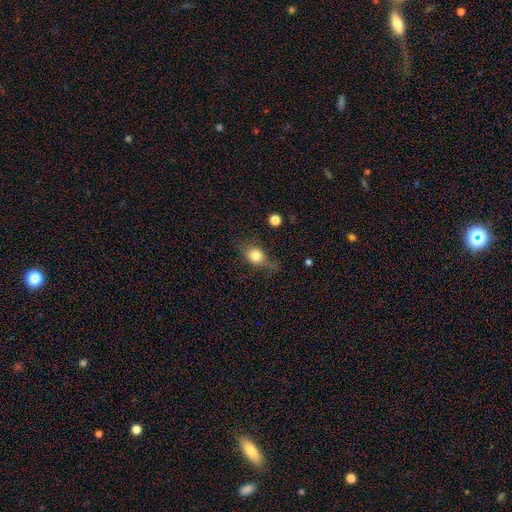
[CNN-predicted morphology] Q: Smooth or featured?
A: smooth (78%); runner-up: featured or disk (12%)
Q: How rounded?
A: in between (56%); runner-up: round (41%)
Q: Merging?
A: none (59%); runner-up: minor disturbance (27%)